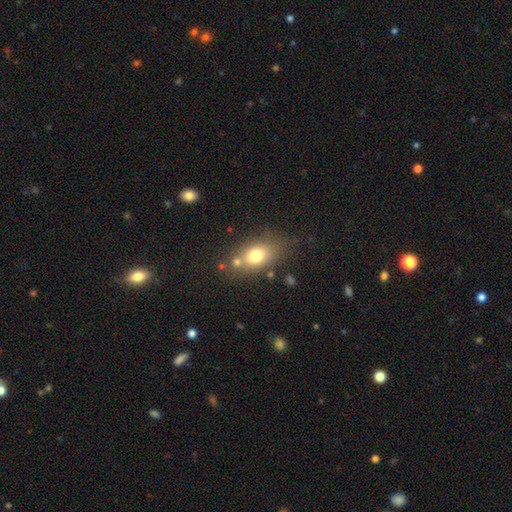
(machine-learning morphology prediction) Smooth or featured?
  - smooth: 73% *
  - featured or disk: 17%
  - star or artifact: 11%
How rounded?
  - in between: 72% *
  - round: 24%
  - cigar-shaped: 3%
Merging?
  - none: 61% *
  - merger: 17%
  - minor disturbance: 16%
  - major disturbance: 6%